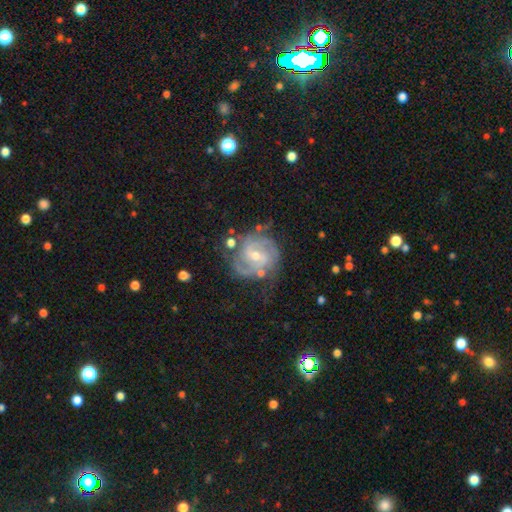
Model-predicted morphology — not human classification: The model was most divided on "bulge size": small: 52%, moderate: 45%, large: 1%, none: 1%, dominant: 1%. Remaining: edge-on disk — no (98%); spiral arms — yes (97%); smooth or featured — featured or disk (88%); merging — none (66%); spiral arm count — 2 (53%); spiral winding — tight (53%); bar — weak (49%).